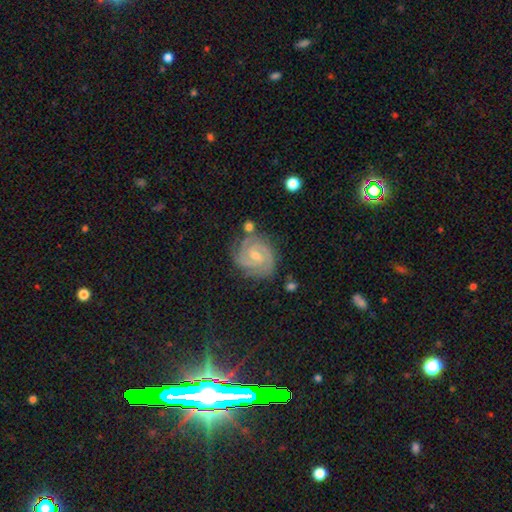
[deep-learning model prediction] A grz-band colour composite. It shows a featured or disk galaxy (83%) with a weak bar (45%), 2 (51%) tight (69%) spiral arms (97%) and a small central bulge (56%). Merging: none (76%).